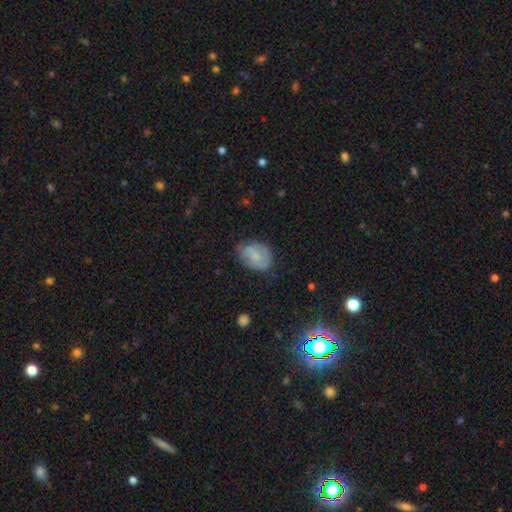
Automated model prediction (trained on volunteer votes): A smooth galaxy with no disk features (64%) that is in between round and cigar-shaped (71%).

Vote fractions:
- Smooth or featured? smooth: 64% / featured or disk: 27% / star or artifact: 9%
- How rounded? in between: 71% / round: 28% / cigar-shaped: 1%
- Merging? none: 56% / minor disturbance: 32% / major disturbance: 10% / merger: 2%